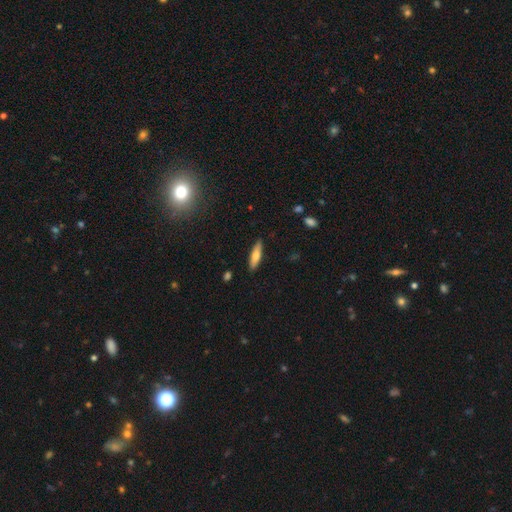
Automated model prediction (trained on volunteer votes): Morphology: type=smooth (67%); roundness=cigar-shaped (69%); merging=none (88%).